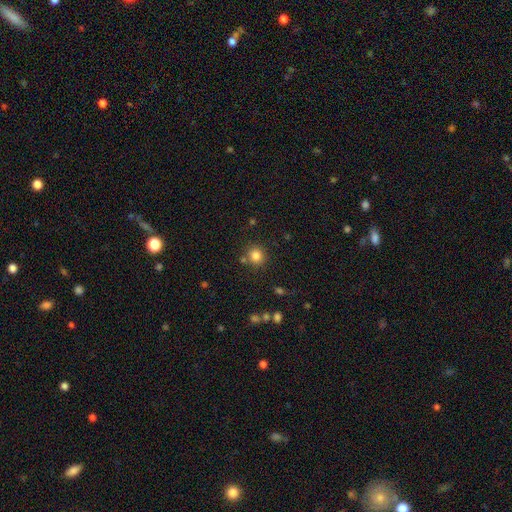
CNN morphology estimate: This is clearly a smooth galaxy (82%). How rounded: clearly round (88%). Merging: likely none (79%).